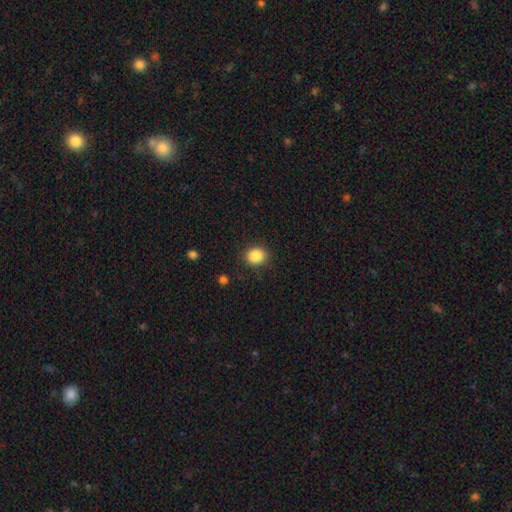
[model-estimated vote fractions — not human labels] Smooth or featured?
  - smooth: 86% *
  - star or artifact: 10%
  - featured or disk: 4%
How rounded?
  - round: 67% *
  - in between: 32%
  - cigar-shaped: 1%
Merging?
  - none: 86% *
  - minor disturbance: 9%
  - major disturbance: 3%
  - merger: 1%